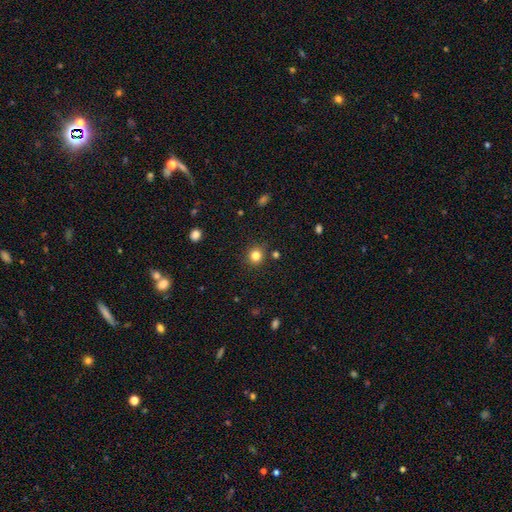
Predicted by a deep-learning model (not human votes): This is clearly a smooth galaxy (82%). How rounded: clearly round (89%). Merging: clearly none (88%).